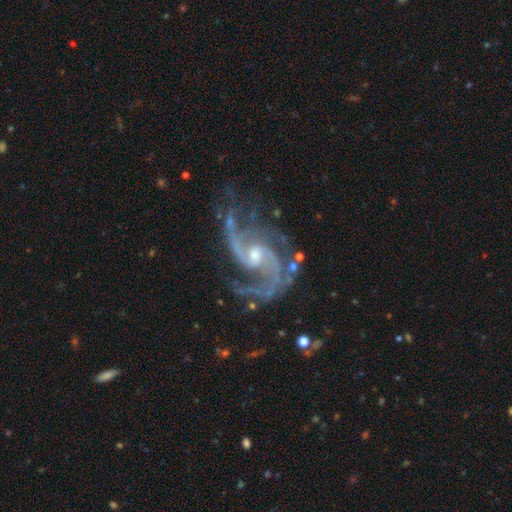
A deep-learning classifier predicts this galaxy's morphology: A featured or disk galaxy (93%) with a weak bar (46%), 2 (72%) medium (54%) spiral arms (98%) and a small central bulge (49%).

Vote fractions:
- Smooth or featured? featured or disk: 93% / star or artifact: 5% / smooth: 2%
- Edge-on disk? no: 98% / yes: 2%
- Bar? weak: 46% / no: 41% / strong: 13%
- Spiral arms? yes: 98% / no: 2%
- Spiral winding? medium: 54% / loose: 31% / tight: 15%
- Spiral arm count? 2: 72% / 3: 11% / can't tell: 6% / 4: 4% / 1: 4% / more than 4: 4%
- Bulge size? small: 49% / moderate: 45% / none: 3% / large: 2% / dominant: 1%
- Merging? none: 61% / minor disturbance: 20% / major disturbance: 16% / merger: 3%